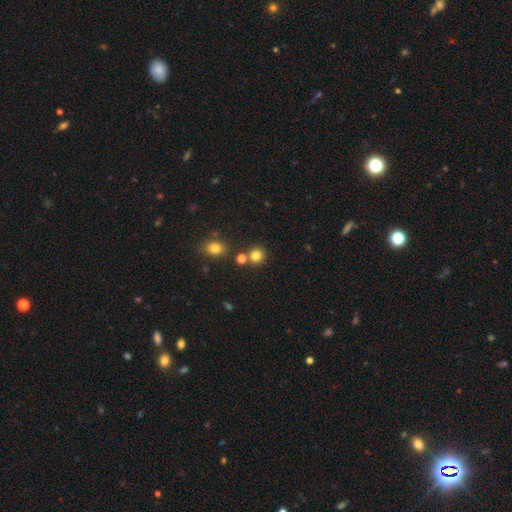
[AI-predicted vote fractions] Morphology: type=smooth (81%); roundness=round (87%); merging=none (74%).